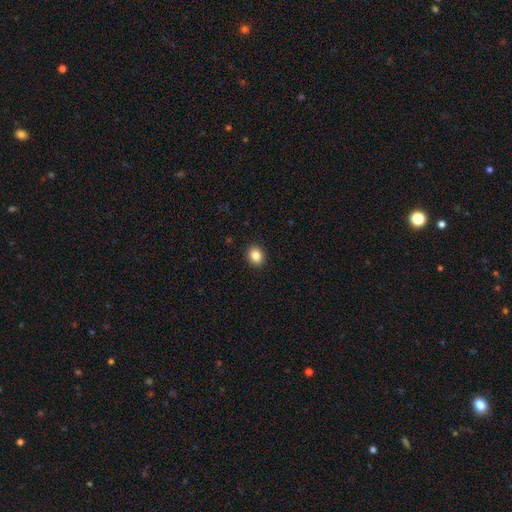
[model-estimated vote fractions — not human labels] The model was most divided on "how rounded": round: 52%, in between: 48%, cigar-shaped: 1%. More confident: merging — none (92%); smooth or featured — smooth (85%).